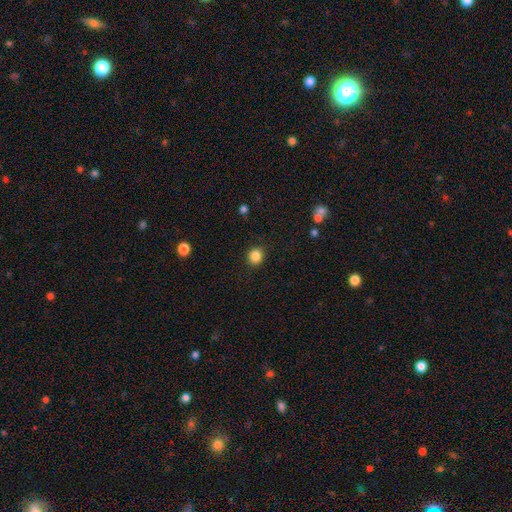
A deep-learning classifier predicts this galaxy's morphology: Smooth or featured? Predicted: smooth (p=0.85). How rounded? Predicted: round (p=0.81). Merging? Predicted: none (p=0.89).